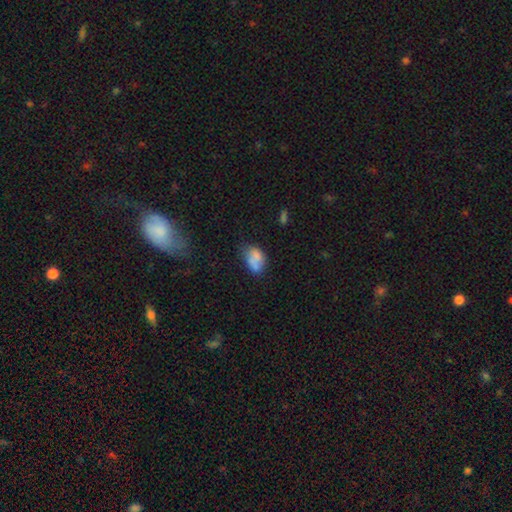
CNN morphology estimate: smooth_or_featured: smooth (p=0.71) [alt: featured or disk p=0.19]
how_rounded: in between (p=0.80) [alt: round p=0.18]
merging: none (p=0.42) [alt: minor disturbance p=0.29]